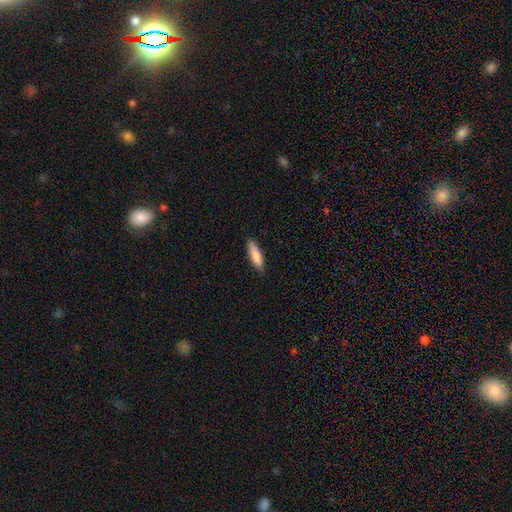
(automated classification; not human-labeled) smooth_or_featured: smooth (p=0.86) [alt: featured or disk p=0.08]
how_rounded: cigar-shaped (p=0.58) [alt: in between p=0.40]
merging: none (p=0.84) [alt: minor disturbance p=0.13]